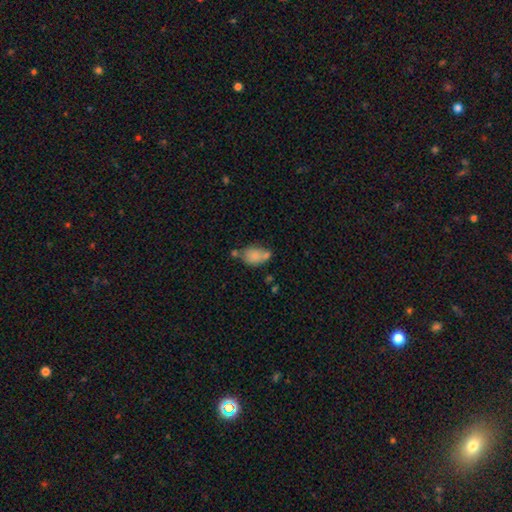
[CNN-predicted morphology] Smooth or featured? smooth (77%)
How rounded? in between (82%)
Merging? none (41%)